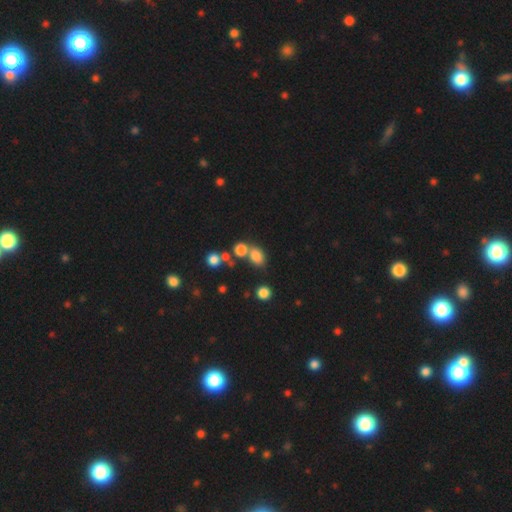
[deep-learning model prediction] Smooth or featured: smooth — 77% (star or artifact — 15%)
How rounded: in between — 64% (round — 34%)
Merging: none — 50% (merger — 33%)